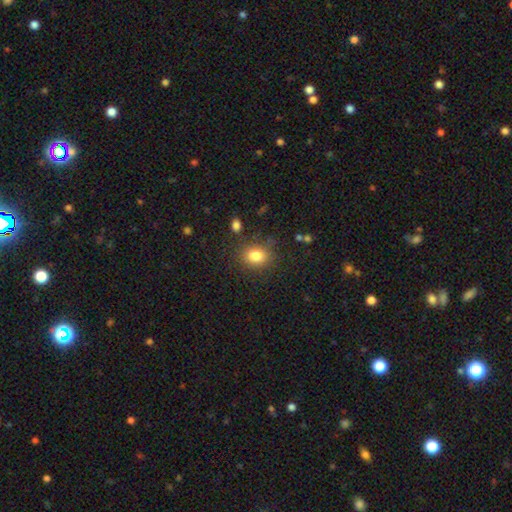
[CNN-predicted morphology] Smooth or featured? Predicted: smooth (p=0.82). How rounded? Predicted: in between (p=0.52). Merging? Predicted: none (p=0.81).